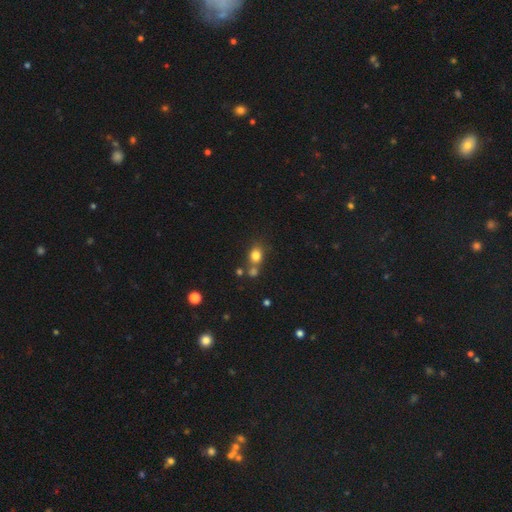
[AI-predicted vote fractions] This appears to be a smooth galaxy with no disk features (79%) that is round (62%). Merging: none (57%).